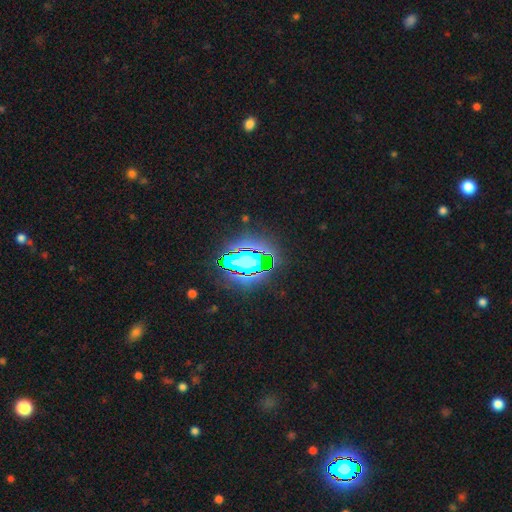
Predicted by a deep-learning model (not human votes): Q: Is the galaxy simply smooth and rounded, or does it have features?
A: star or artifact — 82%.